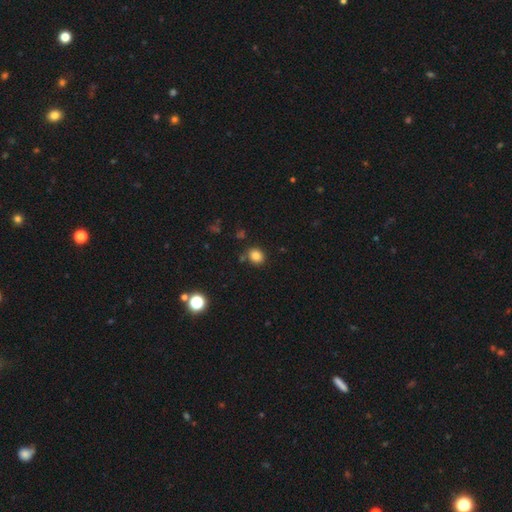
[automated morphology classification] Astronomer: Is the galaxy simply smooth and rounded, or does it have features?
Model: smooth — 83%.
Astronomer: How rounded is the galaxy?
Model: round — 61% (runner-up: in between, 38%).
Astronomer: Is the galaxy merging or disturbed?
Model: none — 80%.